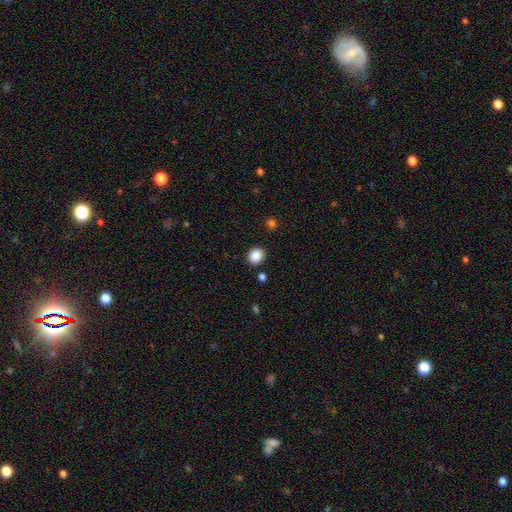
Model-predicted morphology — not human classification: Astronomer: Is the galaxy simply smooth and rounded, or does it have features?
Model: smooth — 88%.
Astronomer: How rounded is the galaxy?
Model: round — 73%.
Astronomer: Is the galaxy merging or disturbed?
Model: none — 88%.